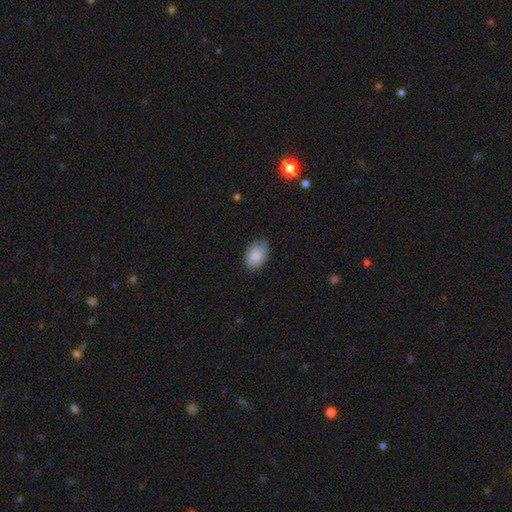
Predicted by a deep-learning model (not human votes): Smooth or featured?
  - smooth: 83% *
  - featured or disk: 10%
  - star or artifact: 7%
How rounded?
  - in between: 85% *
  - round: 14%
  - cigar-shaped: 1%
Merging?
  - none: 66% *
  - minor disturbance: 29%
  - major disturbance: 4%
  - merger: 1%